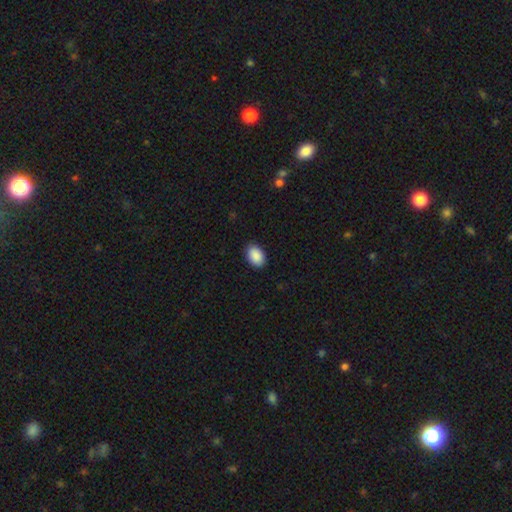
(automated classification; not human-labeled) Q: Smooth or featured?
A: smooth (90%); runner-up: star or artifact (7%)
Q: How rounded?
A: in between (84%); runner-up: round (15%)
Q: Merging?
A: none (88%); runner-up: minor disturbance (9%)